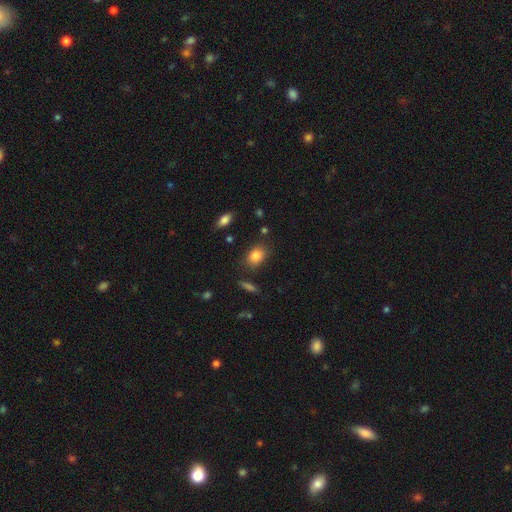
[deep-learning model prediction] A smooth galaxy with no disk features (83%) that is in between round and cigar-shaped (70%).

Vote fractions:
- Smooth or featured? smooth: 83% / star or artifact: 9% / featured or disk: 7%
- How rounded? in between: 70% / round: 28% / cigar-shaped: 2%
- Merging? none: 79% / minor disturbance: 13% / major disturbance: 4% / merger: 3%